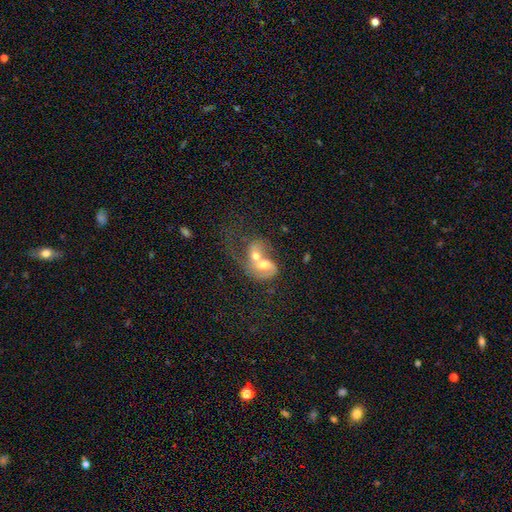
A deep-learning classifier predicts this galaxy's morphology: type=featured or disk (54%); edge-on=no (96%); bar=no (70%); spiral arms=yes (65%); bulge=moderate (65%); merging=merger (81%).